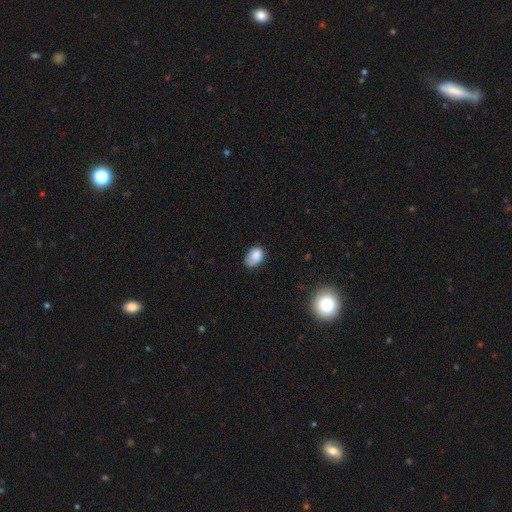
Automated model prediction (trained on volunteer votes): smooth-or-featured: smooth: 84% | star or artifact: 9% | featured or disk: 8%
  how-rounded: in between: 80% | round: 19% | cigar-shaped: 1%
  merging: none: 56% | minor disturbance: 34% | major disturbance: 9% | merger: 2%